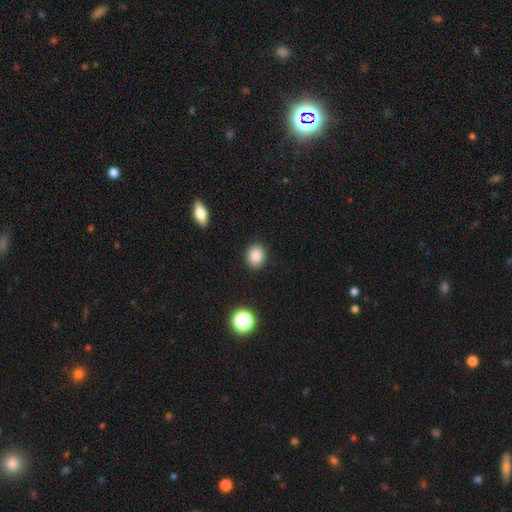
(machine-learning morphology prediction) The model was most divided on "how rounded": round: 60%, in between: 39%, cigar-shaped: 1%. More confident: merging — none (90%); smooth or featured — smooth (85%).